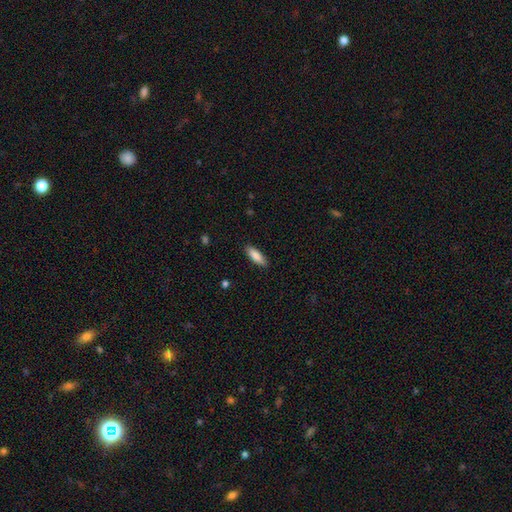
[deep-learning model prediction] Smooth or featured? smooth (85%)
How rounded? in between (54%)
Merging? none (88%)